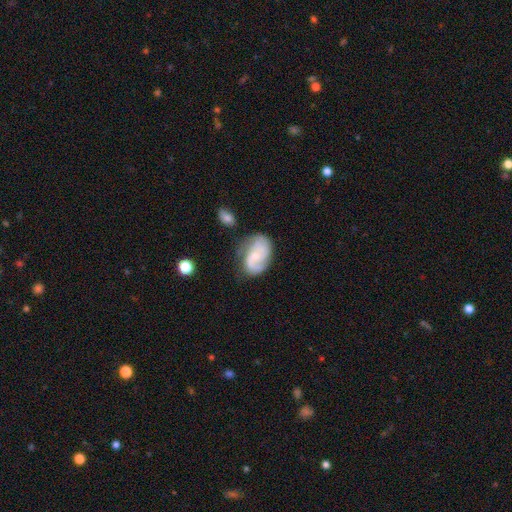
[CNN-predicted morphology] Smooth or featured: featured or disk — 69% (smooth — 25%)
Edge-on disk: no — 97% (yes — 3%)
Bar: no — 66% (weak — 29%)
Spiral arms: yes — 86% (no — 14%)
Spiral winding: medium — 43% (tight — 30%)
Spiral arm count: 2 — 60% (can't tell — 20%)
Bulge size: small — 56% (moderate — 39%)
Merging: none — 57% (minor disturbance — 26%)